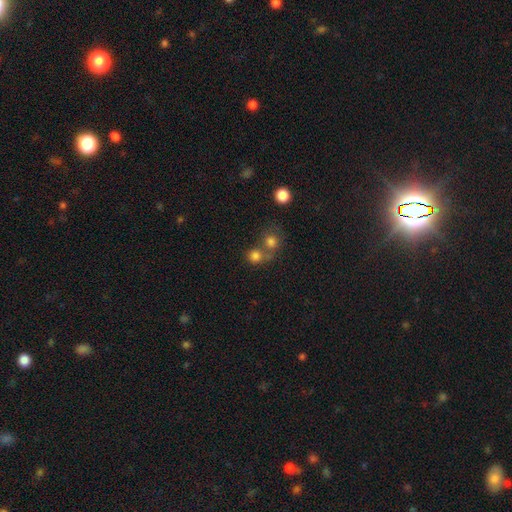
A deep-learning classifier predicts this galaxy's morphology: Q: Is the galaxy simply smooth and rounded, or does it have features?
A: smooth — 78%.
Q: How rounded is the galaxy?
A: round — 85%.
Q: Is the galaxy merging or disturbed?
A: none — 47%.